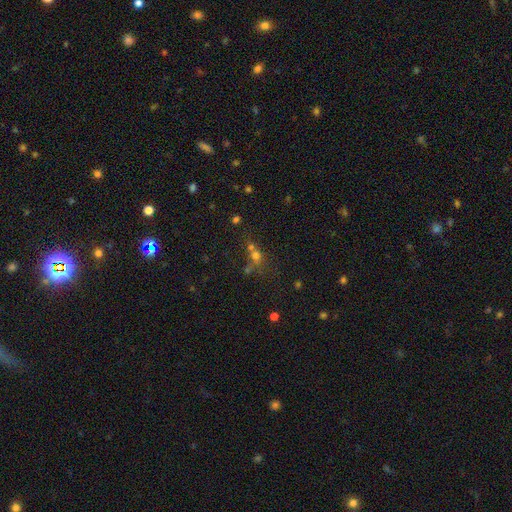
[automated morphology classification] smooth_or_featured: smooth (p=0.55) [alt: star or artifact p=0.28]
how_rounded: round (p=0.79) [alt: in between p=0.19]
merging: merger (p=0.42) [tied with: none p=0.42]